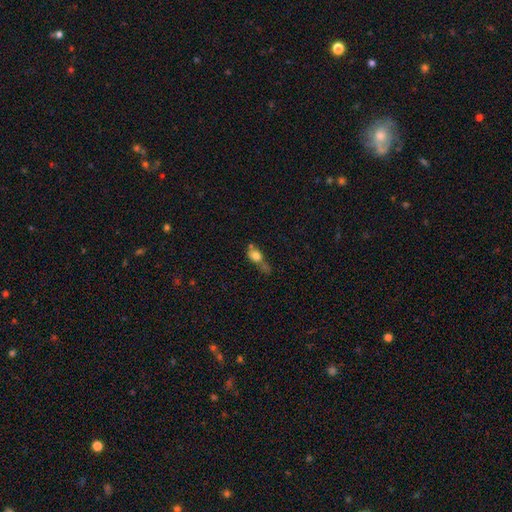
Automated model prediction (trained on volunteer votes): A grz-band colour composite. It shows a smooth galaxy with no disk features (68%) that is in between round and cigar-shaped (54%). Merging: merger (38%).